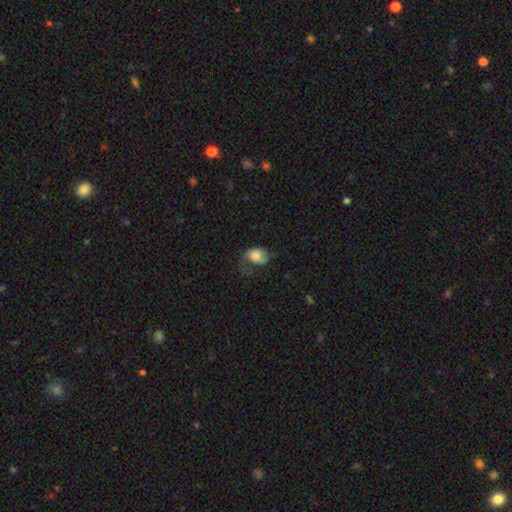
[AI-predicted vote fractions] Overall: smooth (71%). How rounded: in between (69%; round 30%). Merging: major disturbance (37%; none 32%).